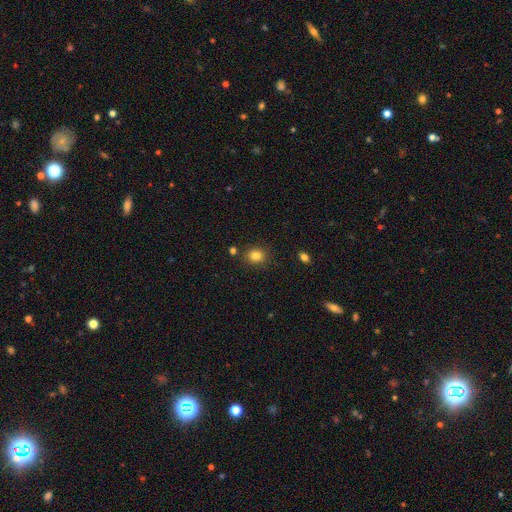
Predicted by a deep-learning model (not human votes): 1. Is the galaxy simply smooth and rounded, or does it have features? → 83% smooth, 12% star or artifact, 6% featured or disk.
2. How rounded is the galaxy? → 68% round, 32% in between, 1% cigar-shaped.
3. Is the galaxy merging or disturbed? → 84% none, 10% minor disturbance, 4% merger, 3% major disturbance.